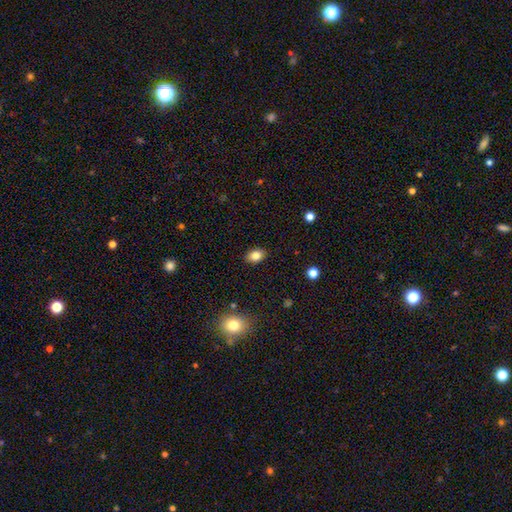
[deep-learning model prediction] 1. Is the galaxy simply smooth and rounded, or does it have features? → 83% smooth, 10% star or artifact, 8% featured or disk.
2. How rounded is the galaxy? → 77% in between, 21% round, 1% cigar-shaped.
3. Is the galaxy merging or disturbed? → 89% none, 8% minor disturbance, 2% major disturbance, 1% merger.